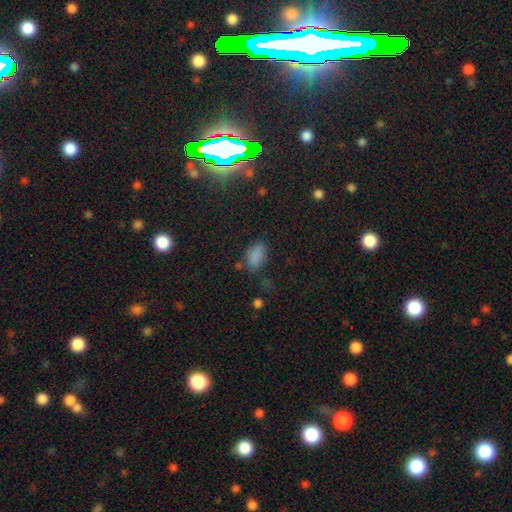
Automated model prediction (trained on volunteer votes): Smooth or featured? smooth (82%)
How rounded? in between (92%)
Merging? none (67%)